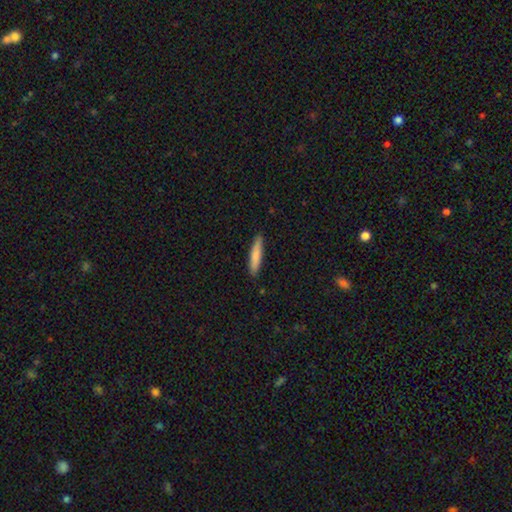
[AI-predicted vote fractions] Overall: smooth (79%). How rounded: cigar-shaped (87%). Merging: none (89%).